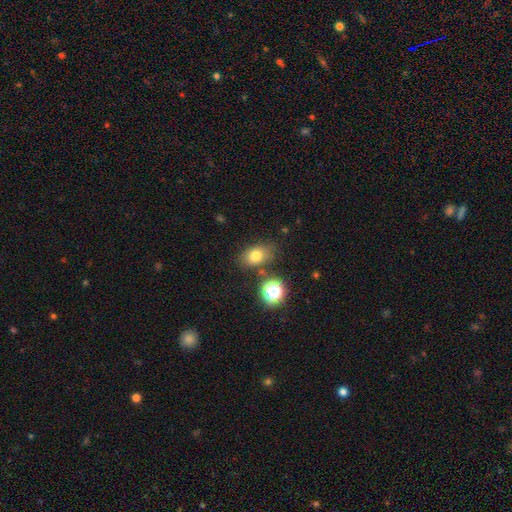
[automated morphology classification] This appears to be a smooth galaxy with no disk features (75%) that is in between round and cigar-shaped (74%). Merging: none (77%).